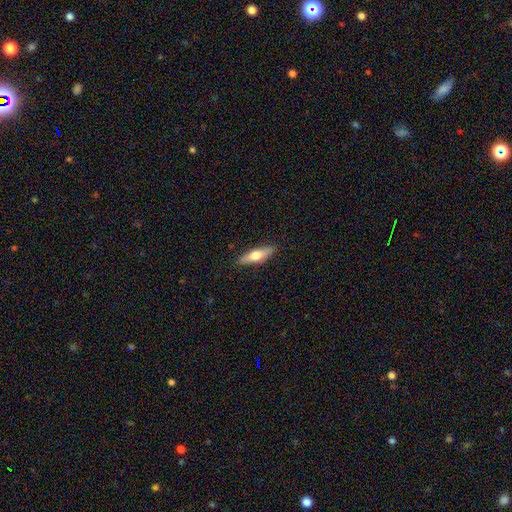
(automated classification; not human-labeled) A smooth galaxy with no disk features (54%) that is cigar-shaped (62%).

Vote fractions:
- Smooth or featured? smooth: 54% / featured or disk: 40% / star or artifact: 6%
- How rounded? cigar-shaped: 62% / in between: 36% / round: 2%
- Merging? none: 89% / minor disturbance: 8% / major disturbance: 2% / merger: 1%